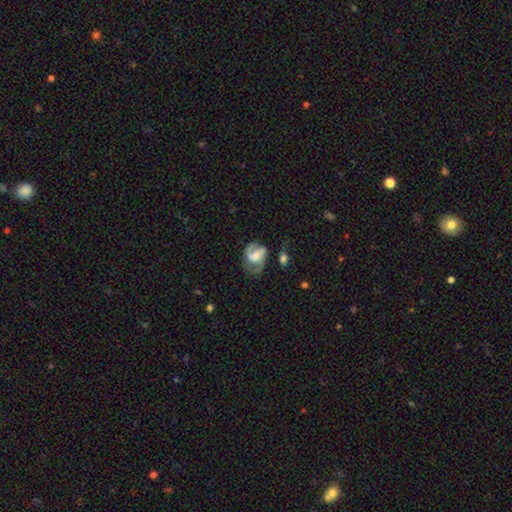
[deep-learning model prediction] featured or disk 66%, smooth 27%, star or artifact 8%. Down the decision tree: edge-on disk — no (97%); bar — weak (42%); spiral arms — yes (81%); spiral arm count — 2 (71%); spiral winding — medium (45%); bulge size — moderate (47%); merging — none (42%).